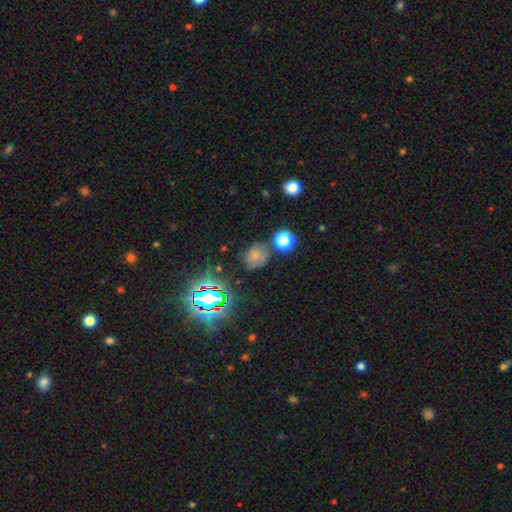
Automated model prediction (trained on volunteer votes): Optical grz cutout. It shows a smooth galaxy with no disk features (48%). Merging: none (59%).